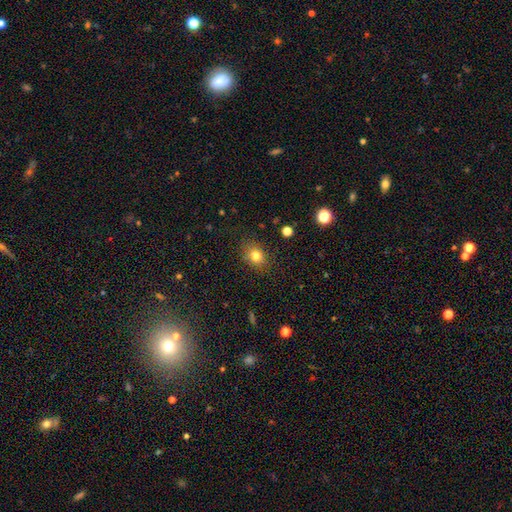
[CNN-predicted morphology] Smooth or featured: smooth — 80% (star or artifact — 12%)
How rounded: in between — 50% (round — 49%)
Merging: none — 84% (minor disturbance — 11%)